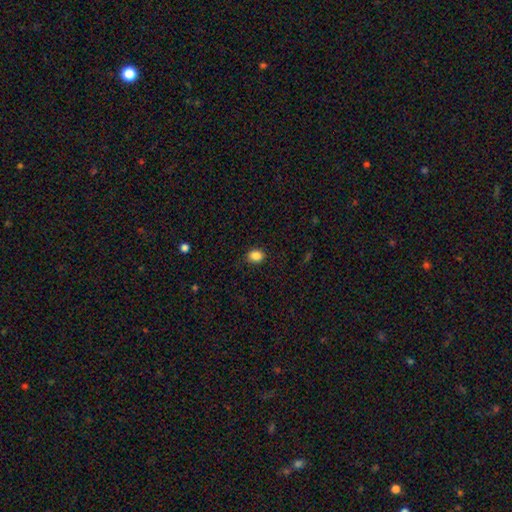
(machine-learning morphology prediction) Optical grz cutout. It shows a smooth galaxy with no disk features (86%) that is round (55%). Merging: none (87%).